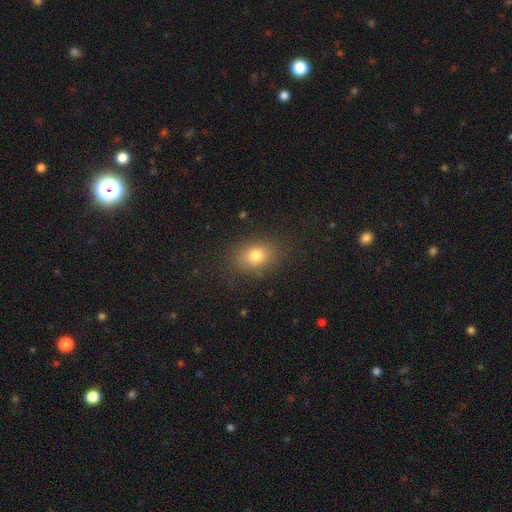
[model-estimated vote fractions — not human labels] The model was most divided on "how rounded": in between: 63%, round: 35%, cigar-shaped: 2%. More confident: merging — none (82%); smooth or featured — smooth (77%).